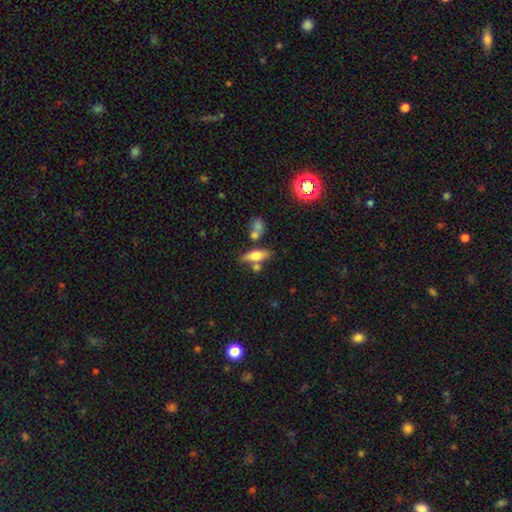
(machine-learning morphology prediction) This appears to be a smooth galaxy with no disk features (53%) that is in between round and cigar-shaped (57%). Merging: none (55%).